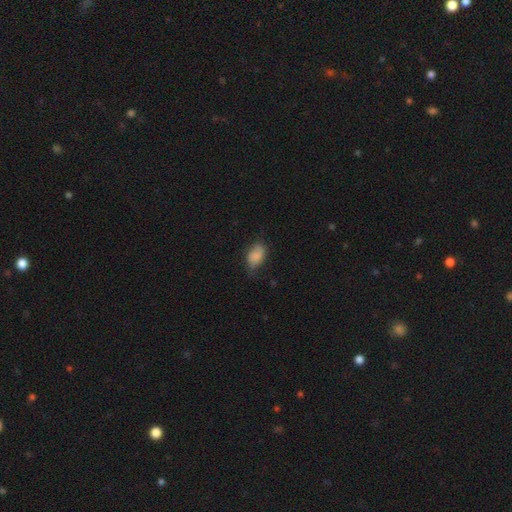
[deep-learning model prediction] Q: Smooth or featured?
A: smooth (80%); runner-up: featured or disk (12%)
Q: How rounded?
A: in between (89%); runner-up: round (9%)
Q: Merging?
A: none (55%); runner-up: minor disturbance (35%)